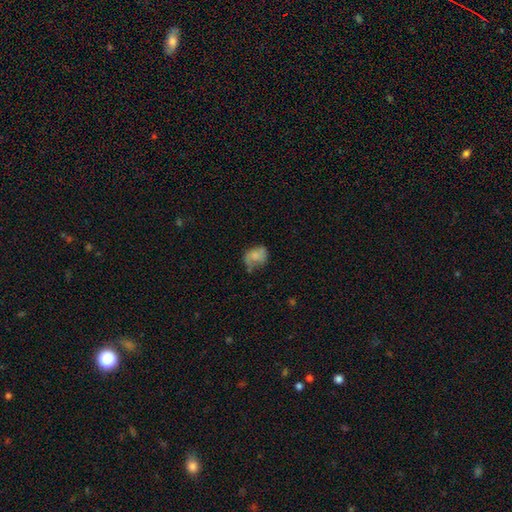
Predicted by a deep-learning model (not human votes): smooth-or-featured: smooth: 58% | featured or disk: 32% | star or artifact: 10%
  how-rounded: in between: 61% | round: 38% | cigar-shaped: 1%
  merging: none: 45% | minor disturbance: 32% | major disturbance: 18% | merger: 5%